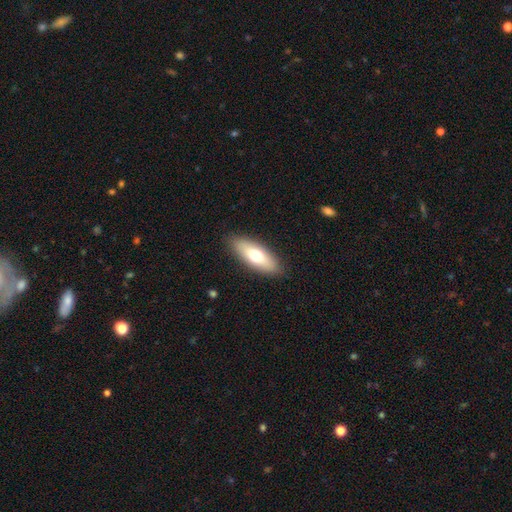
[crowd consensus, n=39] Smooth or featured? smooth (59%)
How rounded? in between (70%)
Merging? none (94%)